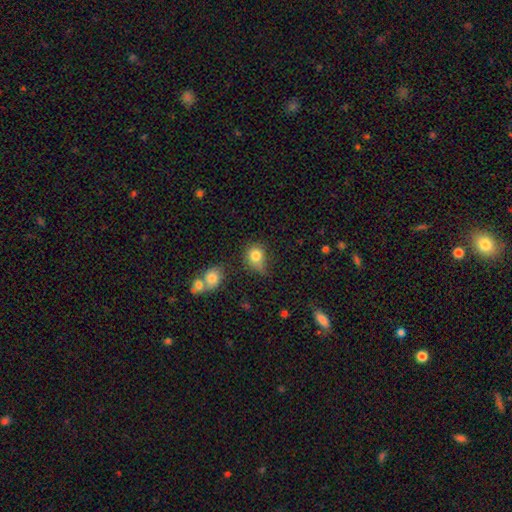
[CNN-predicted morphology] type=smooth (81%); roundness=round (68%); merging=none (47%).